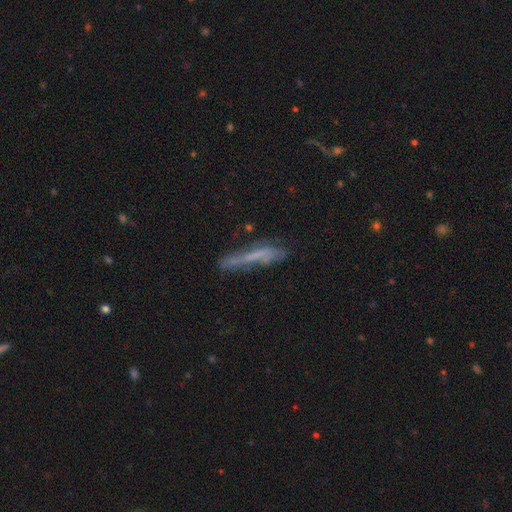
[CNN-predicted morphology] type=featured or disk (46%); merging=none (55%).